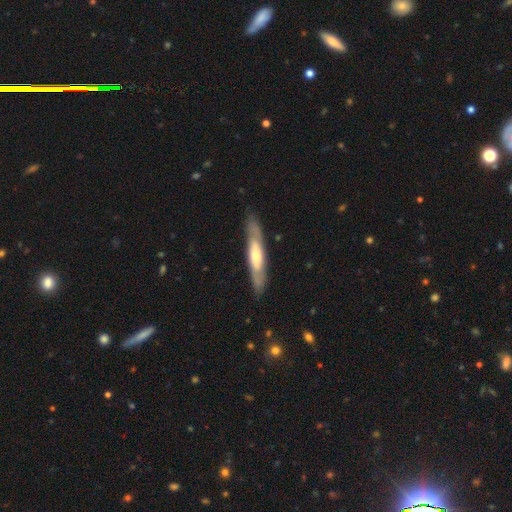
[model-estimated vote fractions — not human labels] Smooth or featured: featured or disk — 59% (smooth — 36%)
Edge-on disk: yes — 66% (no — 34%)
Merging: none — 84% (minor disturbance — 12%)